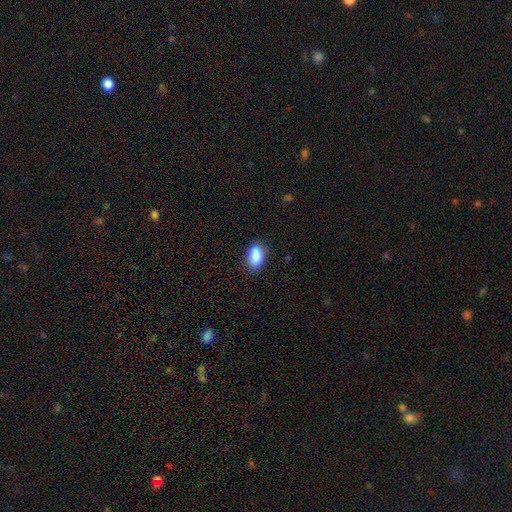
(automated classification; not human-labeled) Smooth or featured? Predicted: smooth (p=0.89). How rounded? Predicted: in between (p=0.91). Merging? Predicted: none (p=0.83).